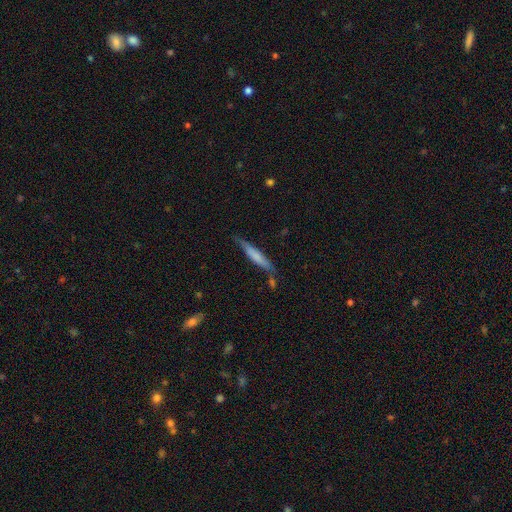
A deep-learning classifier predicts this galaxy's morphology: A smooth galaxy with no disk features (60%) that is cigar-shaped (91%). Merging: none (68%).